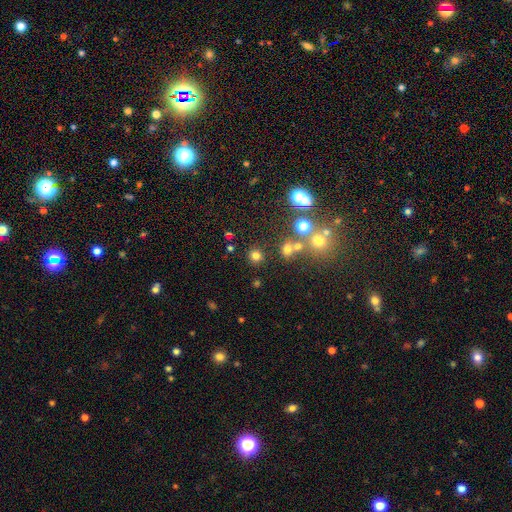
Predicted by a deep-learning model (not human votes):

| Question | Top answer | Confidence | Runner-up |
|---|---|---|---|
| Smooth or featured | smooth | 72% | star or artifact (21%) |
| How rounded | round | 91% | in between (7%) |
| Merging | none | 83% | merger (7%) |